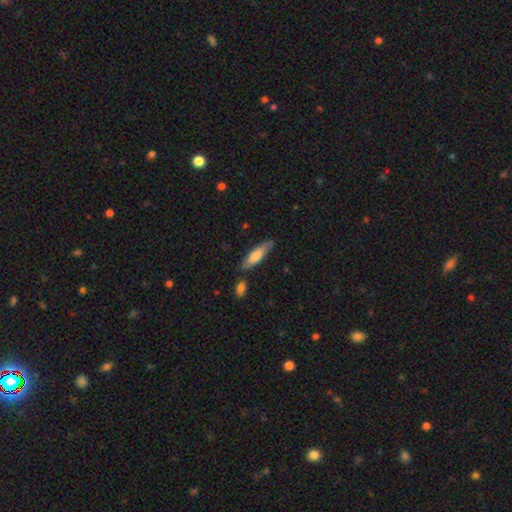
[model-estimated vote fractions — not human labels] Overall: smooth (72%). How rounded: cigar-shaped (66%; in between 32%). Merging: none (75%).